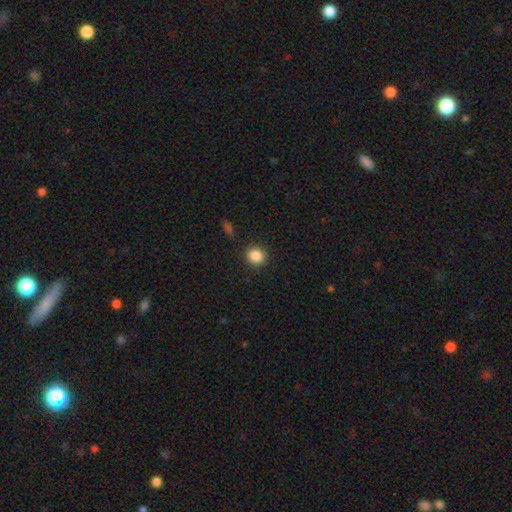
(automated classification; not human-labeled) smooth_or_featured: smooth (p=0.86) [alt: star or artifact p=0.10]
how_rounded: round (p=0.84) [alt: in between p=0.15]
merging: none (p=0.90) [alt: minor disturbance p=0.07]